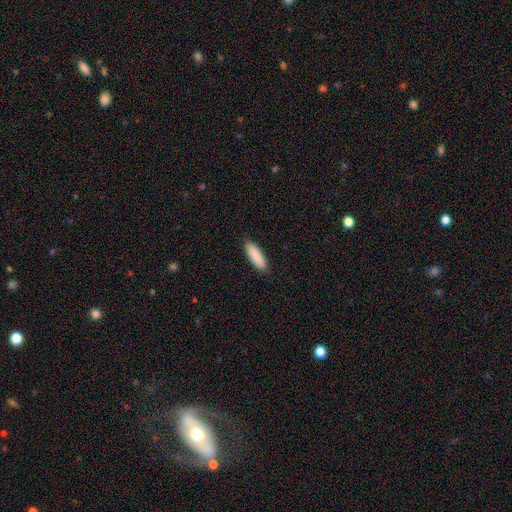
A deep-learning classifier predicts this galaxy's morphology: Q: Smooth or featured?
A: smooth (90%); runner-up: star or artifact (6%)
Q: How rounded?
A: in between (51%); runner-up: cigar-shaped (47%)
Q: Merging?
A: none (90%); runner-up: minor disturbance (8%)